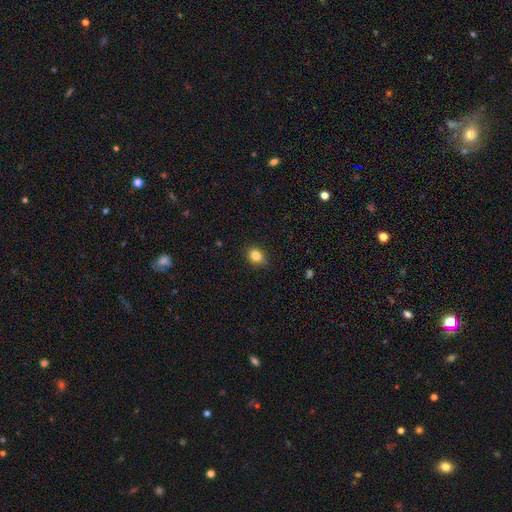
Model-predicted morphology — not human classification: Smooth or featured?
  - smooth: 83% *
  - star or artifact: 10%
  - featured or disk: 6%
How rounded?
  - in between: 49% * (tied)
  - round: 49% * (tied)
  - cigar-shaped: 1%
Merging?
  - none: 86% *
  - minor disturbance: 11%
  - major disturbance: 2%
  - merger: 1%